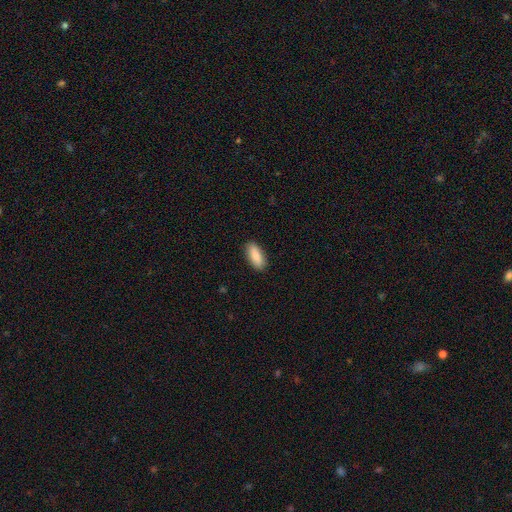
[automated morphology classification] Smooth or featured?
  - smooth: 88% *
  - star or artifact: 6%
  - featured or disk: 6%
How rounded?
  - in between: 81% *
  - cigar-shaped: 17%
  - round: 2%
Merging?
  - none: 89% *
  - minor disturbance: 8%
  - major disturbance: 2%
  - merger: 1%